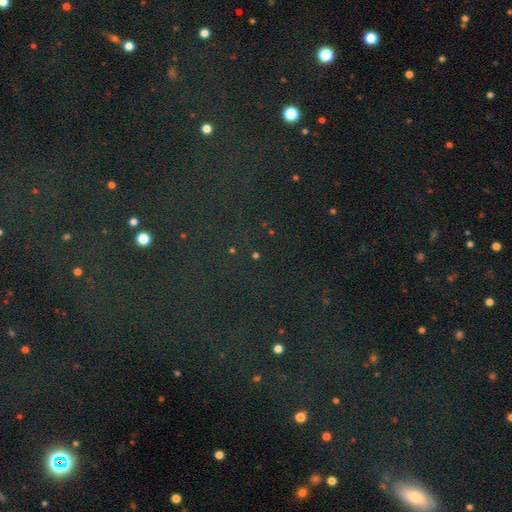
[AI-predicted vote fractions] Q: Smooth or featured?
A: star or artifact (79%); runner-up: smooth (13%)